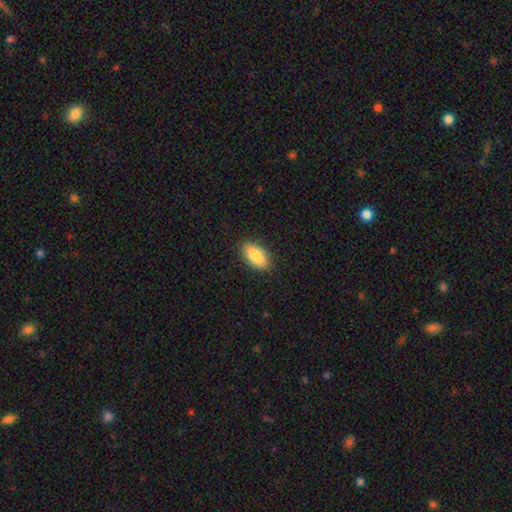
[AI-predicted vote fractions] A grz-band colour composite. It shows a smooth galaxy with no disk features (86%) that is in between round and cigar-shaped (93%). Merging: none (88%).